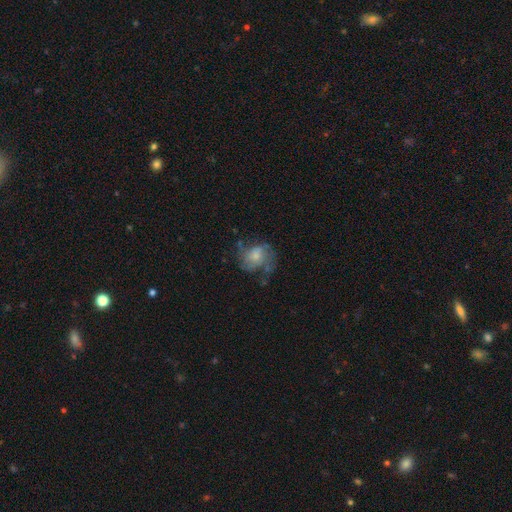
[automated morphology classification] This is possibly a featured or disk galaxy (52%). It is clearly not viewed edge-on (98%). Bar: likely no (76%). Spiral arm pattern: likely yes (70%). Central bulge: marginally small (43%). Merging: marginally none (42%).